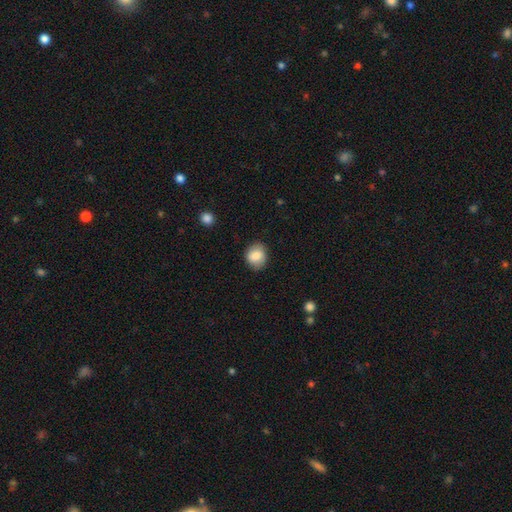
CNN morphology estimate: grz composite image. It shows a smooth galaxy with no disk features (83%) that is round (64%). Merging: none (81%).